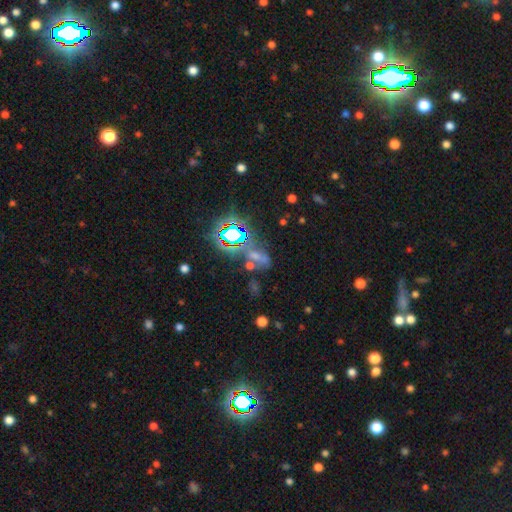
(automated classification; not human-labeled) Q: Smooth or featured?
A: star or artifact (50%); runner-up: smooth (34%)